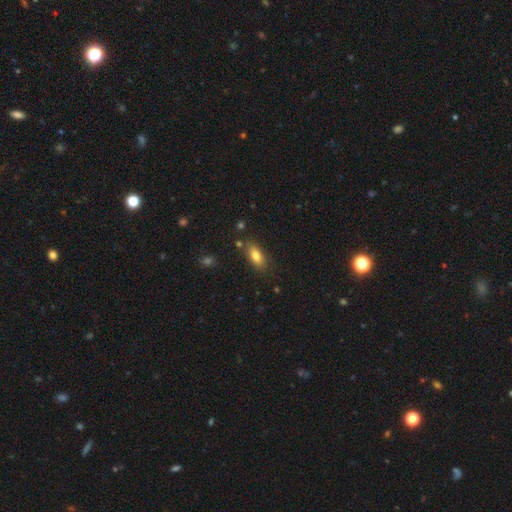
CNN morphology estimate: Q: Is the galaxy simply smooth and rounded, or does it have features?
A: smooth — 81%.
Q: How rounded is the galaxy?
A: in between — 85%.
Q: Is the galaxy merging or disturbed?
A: none — 79%.